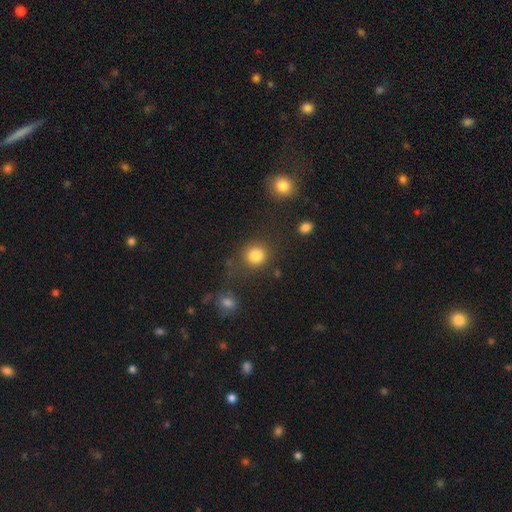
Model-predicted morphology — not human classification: This is clearly a smooth galaxy (83%). How rounded: clearly round (89%). Merging: likely none (80%).